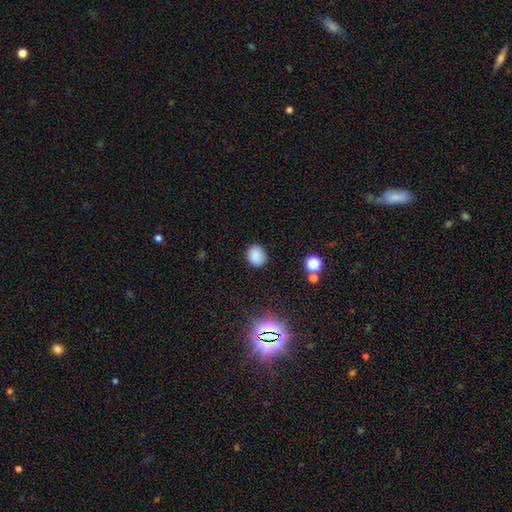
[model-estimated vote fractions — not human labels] Smooth or featured? smooth (84%)
How rounded? round (63%)
Merging? none (86%)